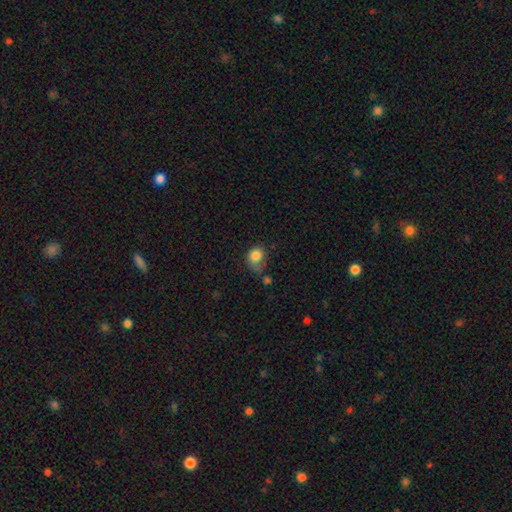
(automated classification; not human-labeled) A smooth galaxy with no disk features (82%) that is round (59%).

Vote fractions:
- Smooth or featured? smooth: 82% / featured or disk: 9% / star or artifact: 9%
- How rounded? round: 59% / in between: 40% / cigar-shaped: 1%
- Merging? none: 38% / minor disturbance: 30% / major disturbance: 21% / merger: 11%